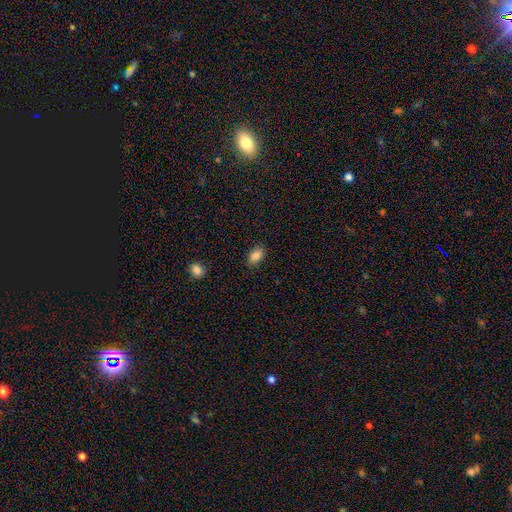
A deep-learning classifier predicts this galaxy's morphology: A smooth galaxy with no disk features (86%) that is in between round and cigar-shaped (87%).

Vote fractions:
- Smooth or featured? smooth: 86% / star or artifact: 9% / featured or disk: 6%
- How rounded? in between: 87% / round: 11% / cigar-shaped: 2%
- Merging? none: 86% / minor disturbance: 10% / major disturbance: 2% / merger: 1%